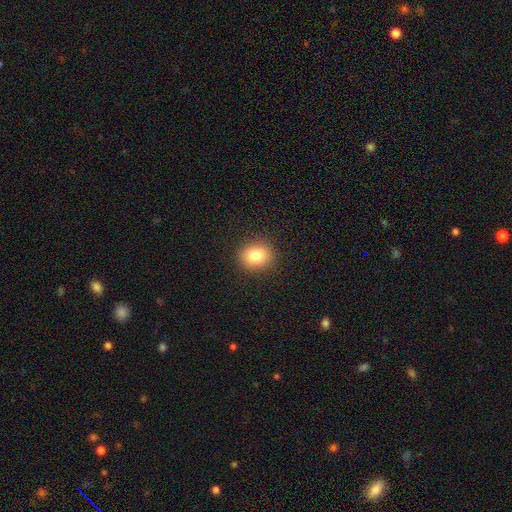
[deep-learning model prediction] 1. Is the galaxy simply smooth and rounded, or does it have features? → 81% smooth, 11% star or artifact, 8% featured or disk.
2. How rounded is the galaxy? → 74% round, 25% in between, 1% cigar-shaped.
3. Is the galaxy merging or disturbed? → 90% none, 7% minor disturbance, 2% major disturbance, 1% merger.